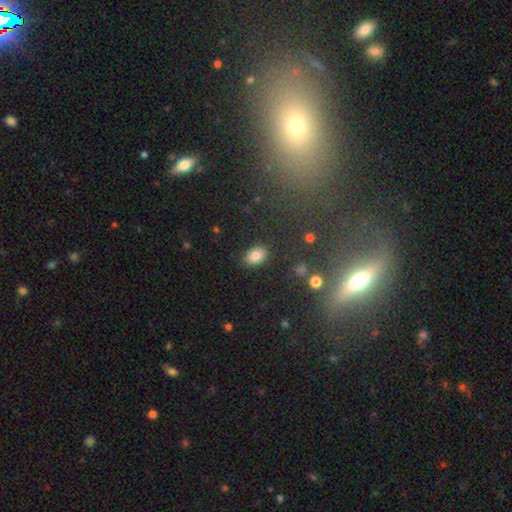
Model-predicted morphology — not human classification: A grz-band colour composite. It shows a smooth galaxy with no disk features (83%) that is in between round and cigar-shaped (80%). Merging: none (86%).